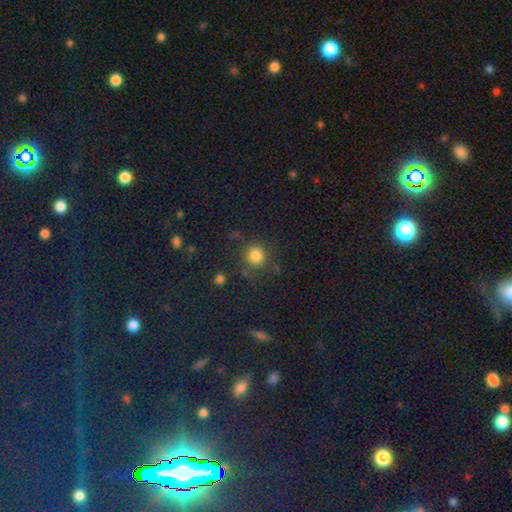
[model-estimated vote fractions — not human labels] A smooth galaxy with no disk features (81%) that is round (89%).

Vote fractions:
- Smooth or featured? smooth: 81% / star or artifact: 14% / featured or disk: 5%
- How rounded? round: 89% / in between: 10% / cigar-shaped: 1%
- Merging? none: 80% / minor disturbance: 11% / major disturbance: 5% / merger: 5%